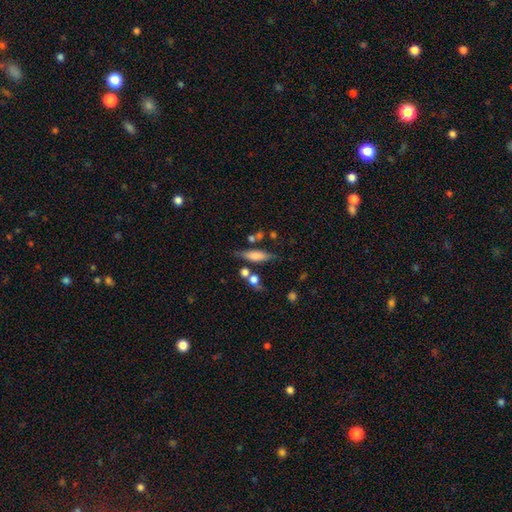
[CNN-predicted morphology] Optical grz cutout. It shows a smooth galaxy with no disk features (67%) that is cigar-shaped (58%). Merging: none (66%).